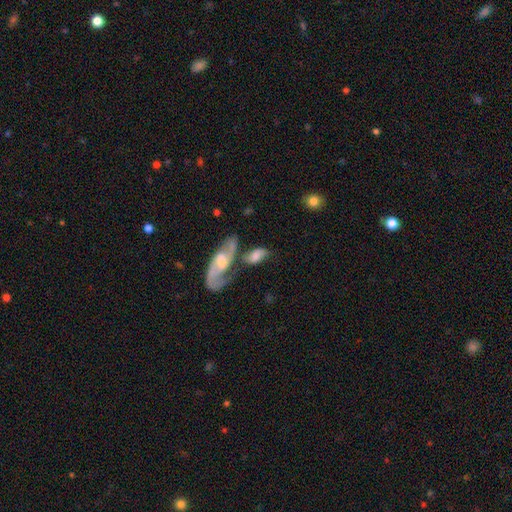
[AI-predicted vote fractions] smooth-or-featured: smooth: 50% | featured or disk: 42% | star or artifact: 8%
  how-rounded: in between: 85% | cigar-shaped: 9% | round: 6%
  merging: merger: 38% | none: 33% | minor disturbance: 16% | major disturbance: 12%